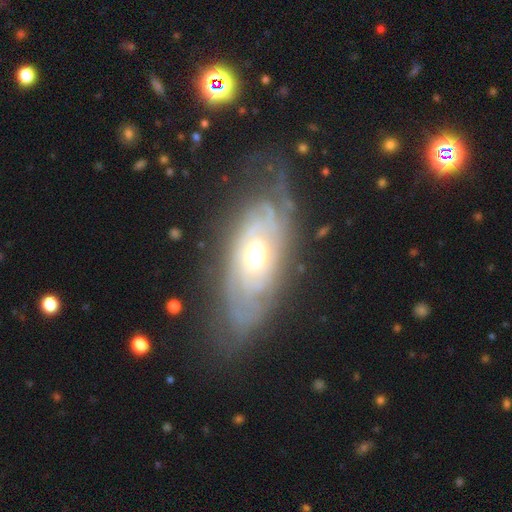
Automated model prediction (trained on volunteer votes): This is clearly a featured or disk galaxy (84%). It is clearly not viewed edge-on (90%). Bar: likely no (70%). Spiral arm pattern: clearly yes (90%). Spiral arm count: possibly can't tell (47%). Spiral winding: likely tight (74%). Central bulge: likely moderate (68%). Merging: likely none (72%).